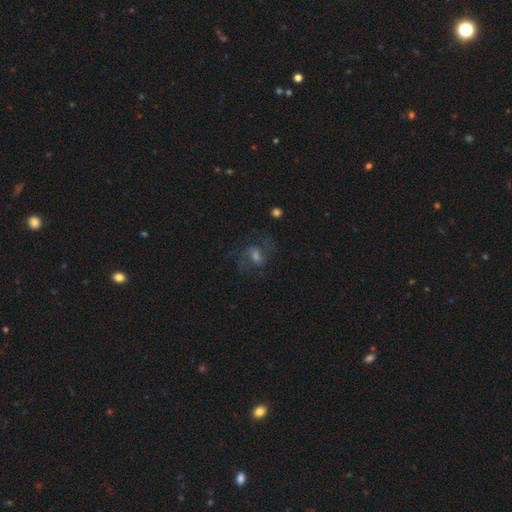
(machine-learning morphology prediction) Smooth or featured? featured or disk (55%)
Edge-on disk? no (96%)
Bar? weak (49%)
Spiral arms? yes (84%)
Bulge size? moderate (44%)
Merging? none (65%)